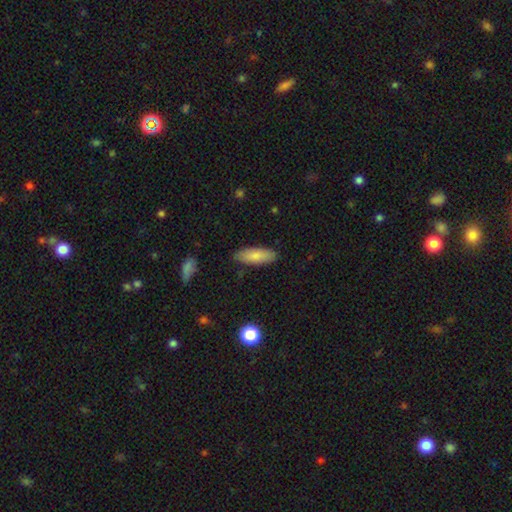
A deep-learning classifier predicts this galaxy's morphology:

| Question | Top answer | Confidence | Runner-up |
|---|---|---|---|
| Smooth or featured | smooth | 81% | featured or disk (13%) |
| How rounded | in between | 71% | cigar-shaped (27%) |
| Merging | none | 85% | minor disturbance (11%) |